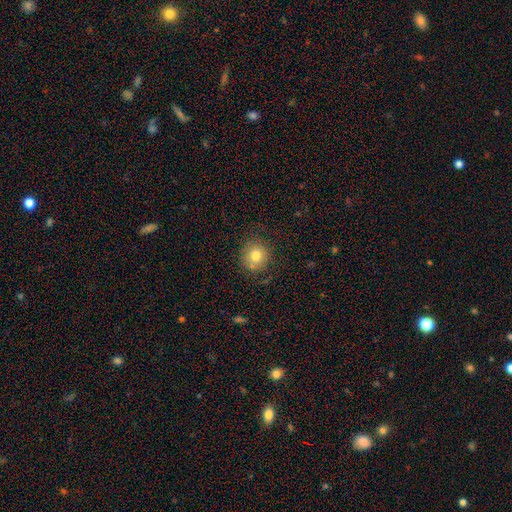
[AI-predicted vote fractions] smooth-or-featured: smooth: 79% | star or artifact: 11% | featured or disk: 10%
  how-rounded: round: 89% | in between: 10% | cigar-shaped: 1%
  merging: none: 80% | minor disturbance: 13% | major disturbance: 4% | merger: 3%